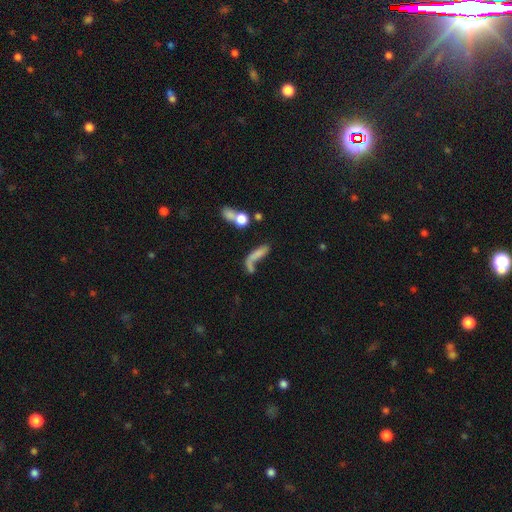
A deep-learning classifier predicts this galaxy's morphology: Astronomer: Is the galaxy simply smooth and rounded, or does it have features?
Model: smooth — 57%.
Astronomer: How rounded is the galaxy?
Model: cigar-shaped — 52% (runner-up: in between, 40%).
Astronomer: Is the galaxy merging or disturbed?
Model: merger — 30% (runner-up: none, 29%).